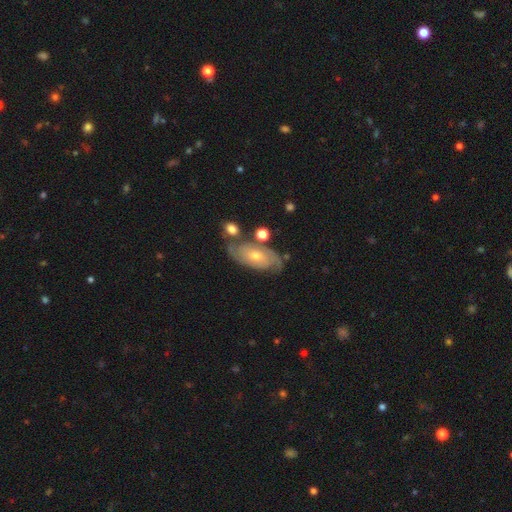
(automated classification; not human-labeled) A featured or disk galaxy (77%) with no bar (70%), 2 (71%) tight (59%) spiral arms (92%) and a small central bulge (50%).

Vote fractions:
- Smooth or featured? featured or disk: 77% / smooth: 16% / star or artifact: 7%
- Edge-on disk? no: 93% / yes: 7%
- Bar? no: 70% / weak: 24% / strong: 6%
- Spiral arms? yes: 92% / no: 8%
- Spiral winding? tight: 59% / medium: 31% / loose: 10%
- Spiral arm count? 2: 71% / can't tell: 18% / 3: 5% / 1: 2% / 4: 2% / more than 4: 2%
- Bulge size? small: 50% / moderate: 46% / large: 2% / none: 1% / dominant: 1%
- Merging? none: 70% / minor disturbance: 16% / merger: 8% / major disturbance: 5%